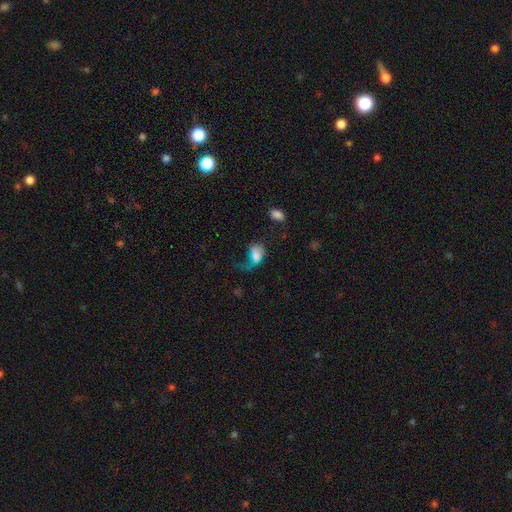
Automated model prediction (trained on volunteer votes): Overall: smooth (59%; featured or disk 28%). How rounded: in between (80%). Merging: major disturbance (57%; none 17%).